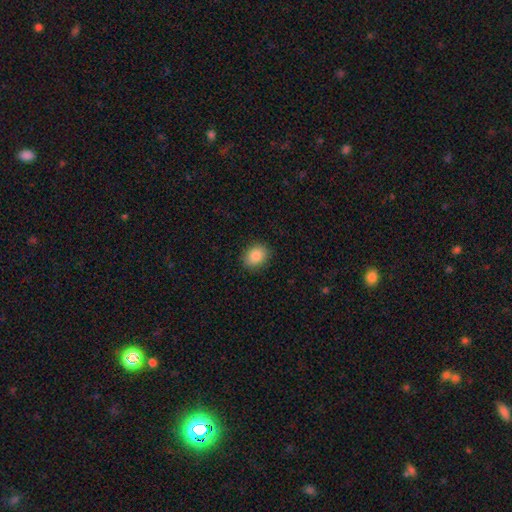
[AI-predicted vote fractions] A smooth galaxy with no disk features (87%) that is in between round and cigar-shaped (57%).

Vote fractions:
- Smooth or featured? smooth: 87% / star or artifact: 8% / featured or disk: 5%
- How rounded? in between: 57% / round: 42% / cigar-shaped: 1%
- Merging? none: 89% / minor disturbance: 8% / major disturbance: 2% / merger: 1%